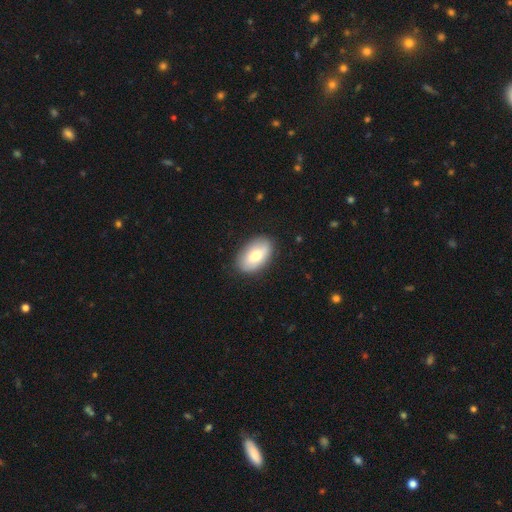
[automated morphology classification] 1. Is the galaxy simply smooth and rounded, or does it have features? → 67% smooth, 26% featured or disk, 6% star or artifact.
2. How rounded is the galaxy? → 92% in between, 6% round, 2% cigar-shaped.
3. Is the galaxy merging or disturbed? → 85% none, 11% minor disturbance, 3% major disturbance, 1% merger.